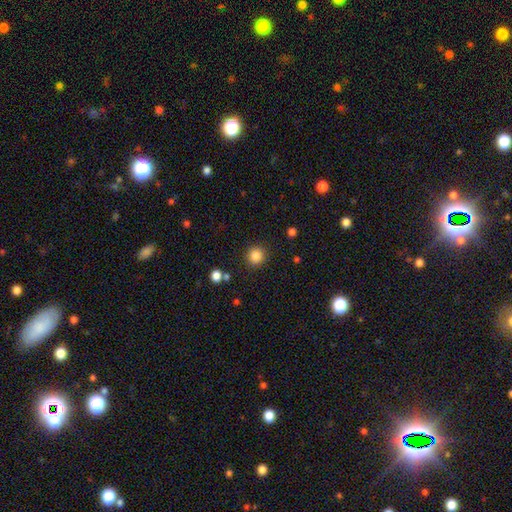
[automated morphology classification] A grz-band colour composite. It shows a smooth galaxy with no disk features (85%) that is round (93%). Merging: none (90%).